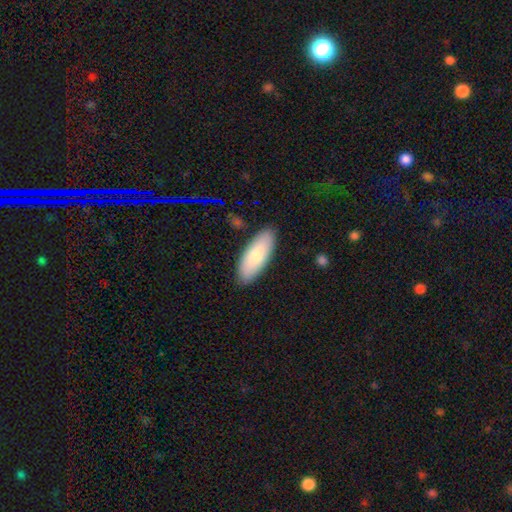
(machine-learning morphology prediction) Q: Smooth or featured?
A: smooth (75%); runner-up: featured or disk (19%)
Q: How rounded?
A: in between (79%); runner-up: cigar-shaped (19%)
Q: Merging?
A: none (87%); runner-up: minor disturbance (10%)